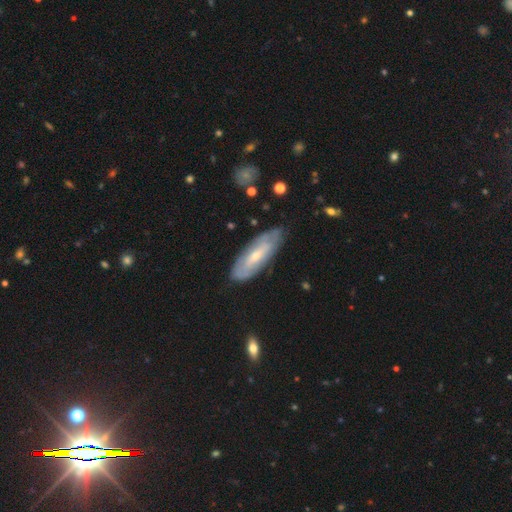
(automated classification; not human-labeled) smooth-or-featured: featured or disk: 59% | smooth: 35% | star or artifact: 6%
  disk-edge-on: no: 77% | yes: 23%
  merging: none: 78% | minor disturbance: 17% | major disturbance: 4% | merger: 2%